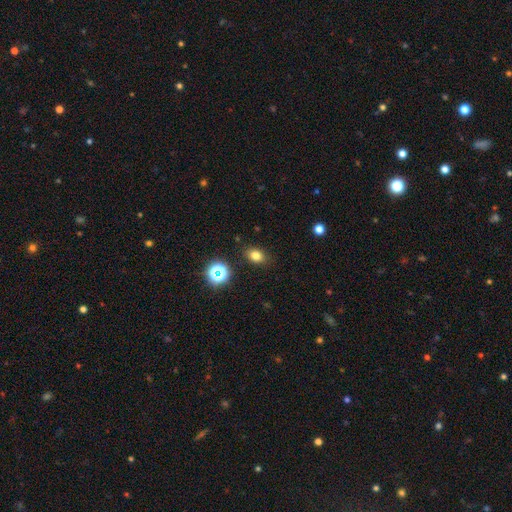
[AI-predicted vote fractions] Smooth or featured? Predicted: smooth (p=0.77). How rounded? Predicted: in between (p=0.69). Merging? Predicted: none (p=0.86).